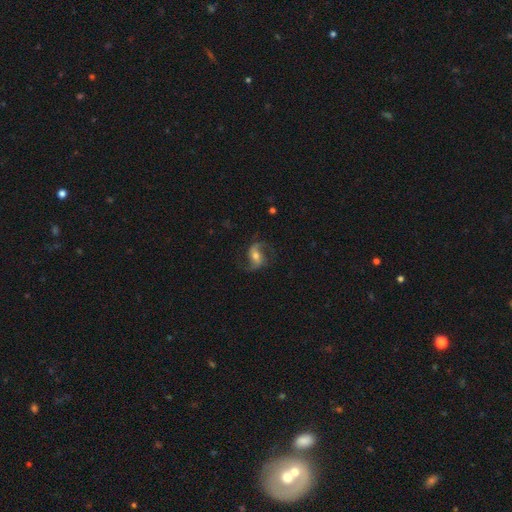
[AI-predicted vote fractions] This is clearly a featured or disk galaxy (81%). It is clearly not viewed edge-on (97%). Bar: marginally weak (39%). Spiral arm pattern: clearly yes (95%). Spiral arm count: clearly 2 (91%). Spiral winding: possibly loose (58%). Central bulge: likely moderate (61%). Merging: likely none (74%).